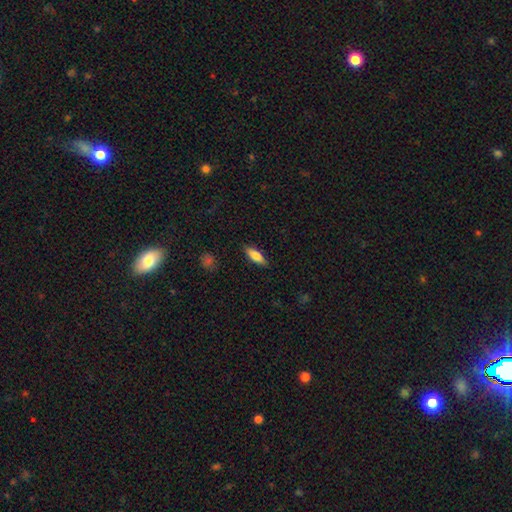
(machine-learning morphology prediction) smooth_or_featured: smooth (p=0.78) [alt: featured or disk p=0.16]
how_rounded: in between (p=0.61) [alt: cigar-shaped p=0.37]
merging: none (p=0.86) [alt: minor disturbance p=0.10]